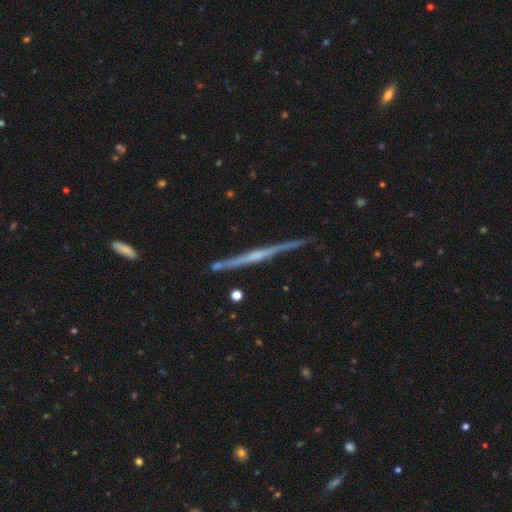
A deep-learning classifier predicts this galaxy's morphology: Q: Smooth or featured?
A: featured or disk (81%); runner-up: smooth (13%)
Q: Edge-on disk?
A: yes (98%); runner-up: no (2%)
Q: Edge-on bulge?
A: rounded (50%); runner-up: none (39%)
Q: Merging?
A: none (84%); runner-up: minor disturbance (11%)